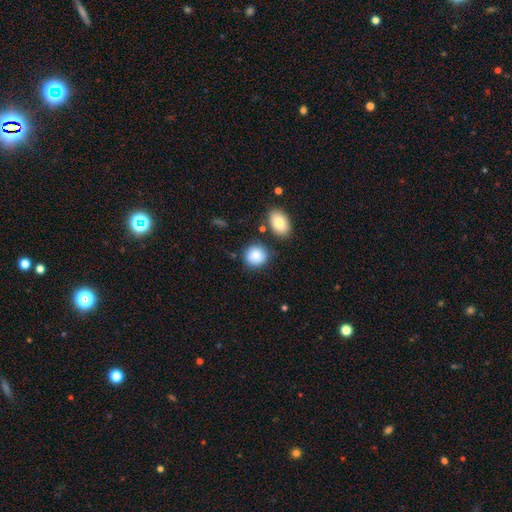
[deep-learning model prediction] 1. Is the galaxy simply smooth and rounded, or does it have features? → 86% smooth, 8% star or artifact, 7% featured or disk.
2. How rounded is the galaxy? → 82% round, 17% in between, 1% cigar-shaped.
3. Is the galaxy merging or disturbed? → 77% none, 12% minor disturbance, 8% merger, 4% major disturbance.